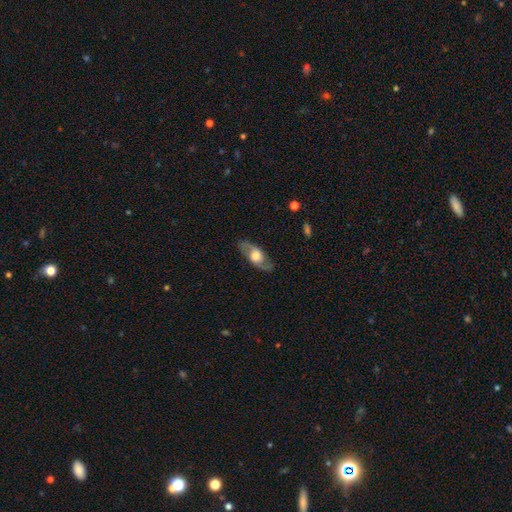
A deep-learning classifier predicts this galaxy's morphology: A featured or disk galaxy (60%).

Vote fractions:
- Smooth or featured? featured or disk: 60% / smooth: 34% / star or artifact: 6%
- Edge-on disk? no: 69% / yes: 31%
- Merging? none: 81% / minor disturbance: 13% / major disturbance: 5% / merger: 1%